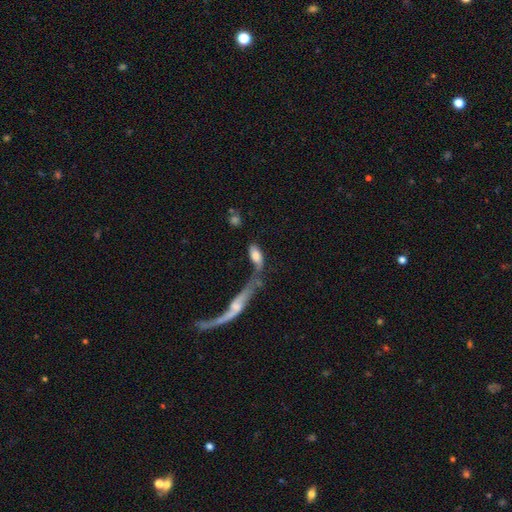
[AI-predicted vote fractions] Q: Smooth or featured?
A: smooth (68%); runner-up: featured or disk (24%)
Q: How rounded?
A: in between (79%); runner-up: cigar-shaped (18%)
Q: Merging?
A: merger (45%); runner-up: none (28%)